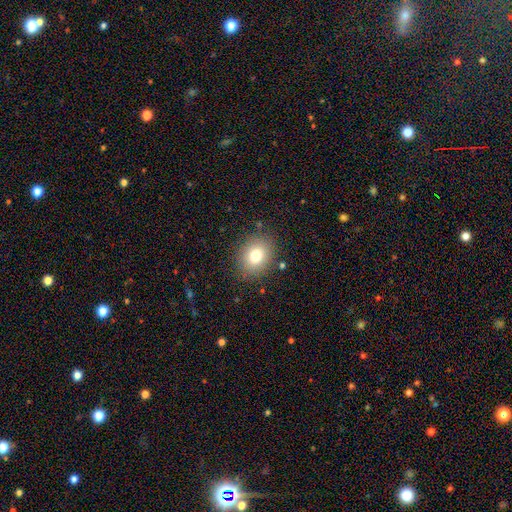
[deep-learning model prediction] Smooth or featured? Predicted: smooth (p=0.77). How rounded? Predicted: round (p=0.52). Merging? Predicted: none (p=0.85).